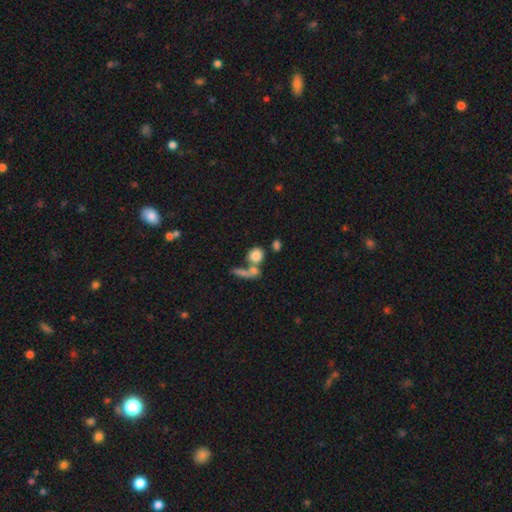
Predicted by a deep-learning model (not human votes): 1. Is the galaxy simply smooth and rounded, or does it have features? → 78% smooth, 12% featured or disk, 10% star or artifact.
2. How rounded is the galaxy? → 75% round, 21% in between, 4% cigar-shaped.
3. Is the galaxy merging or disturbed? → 46% none, 39% merger, 8% minor disturbance, 7% major disturbance.